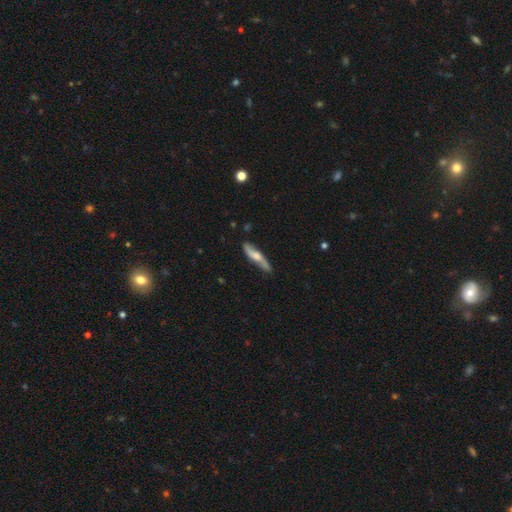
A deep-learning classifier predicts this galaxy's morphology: The model was most divided on "smooth or featured": featured or disk: 50%, smooth: 44%, star or artifact: 5%. More confident: merging — none (77%); edge-on disk — yes (62%).